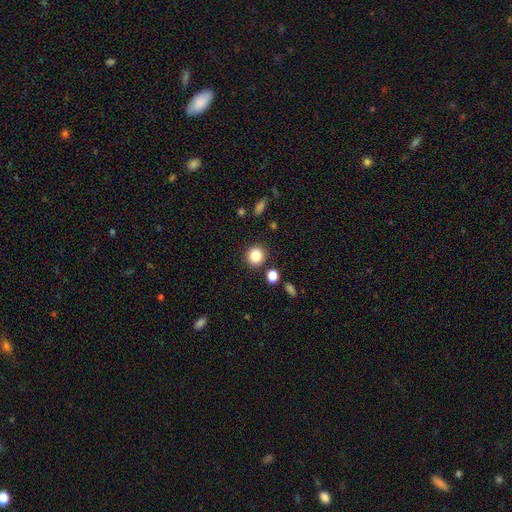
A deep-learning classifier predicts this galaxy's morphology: This appears to be a smooth galaxy with no disk features (84%) that is round (89%). Merging: none (87%).